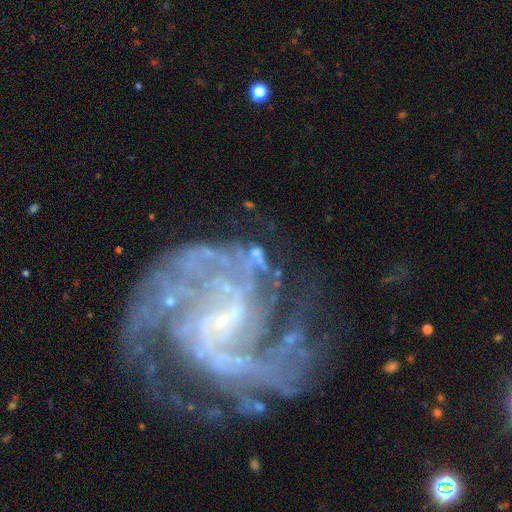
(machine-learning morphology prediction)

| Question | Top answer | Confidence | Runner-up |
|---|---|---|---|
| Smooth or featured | featured or disk | 51% | star or artifact (28%) |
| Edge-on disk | no | 94% | yes (6%) |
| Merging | none | 41% | major disturbance (23%) |